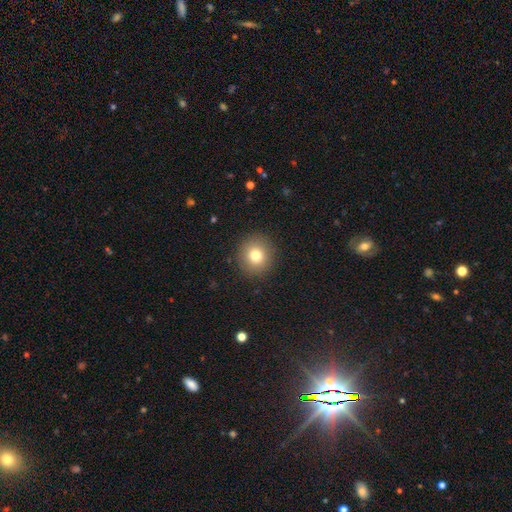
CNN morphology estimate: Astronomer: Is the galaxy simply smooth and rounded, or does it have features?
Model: smooth — 78%.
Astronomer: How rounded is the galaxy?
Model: round — 91%.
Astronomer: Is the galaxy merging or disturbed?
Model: none — 91%.